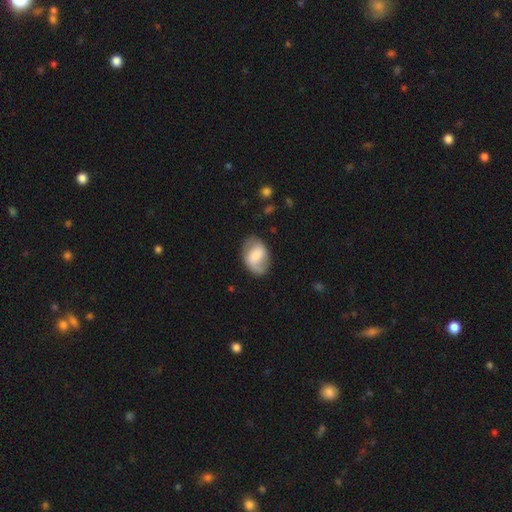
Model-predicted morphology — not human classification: type=featured or disk (47%); merging=none (72%).